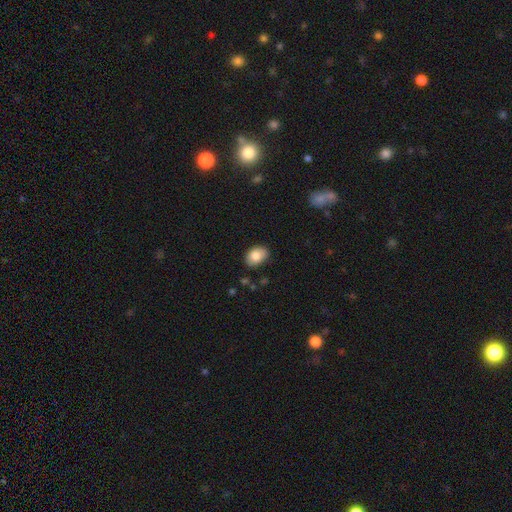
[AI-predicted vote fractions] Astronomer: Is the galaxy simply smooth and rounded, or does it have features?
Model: smooth — 83%.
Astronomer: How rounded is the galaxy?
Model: in between — 82%.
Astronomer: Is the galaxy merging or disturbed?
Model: none — 79%.